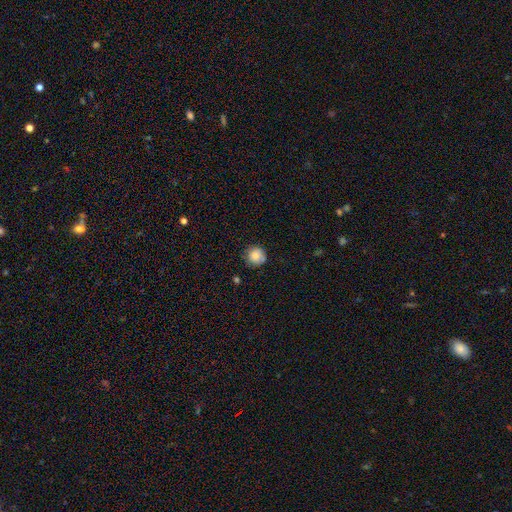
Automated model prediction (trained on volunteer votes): Smooth or featured: smooth — 82% (featured or disk — 9%)
How rounded: round — 93% (in between — 6%)
Merging: none — 76% (minor disturbance — 17%)